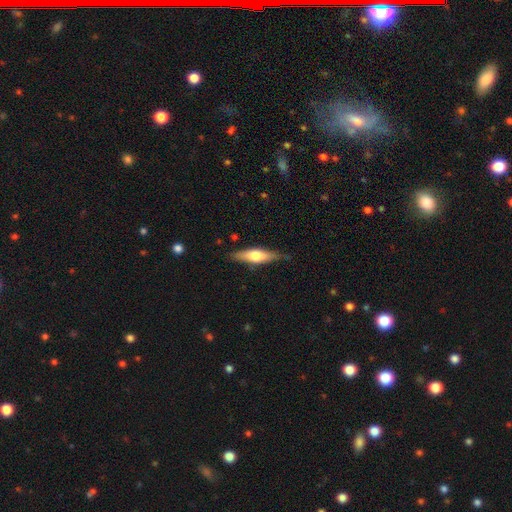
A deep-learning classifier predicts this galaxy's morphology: smooth-or-featured: featured or disk: 48% | smooth: 47% | star or artifact: 6%
  merging: none: 78% | minor disturbance: 17% | major disturbance: 3% | merger: 2%